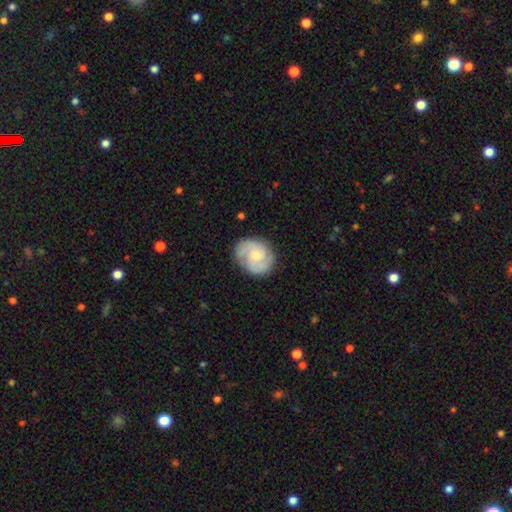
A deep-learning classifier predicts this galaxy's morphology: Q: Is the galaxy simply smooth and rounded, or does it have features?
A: featured or disk — 79%.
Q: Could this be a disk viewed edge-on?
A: no — 98%.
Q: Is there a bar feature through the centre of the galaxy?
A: no — 65%.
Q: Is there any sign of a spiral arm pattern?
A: yes — 96%.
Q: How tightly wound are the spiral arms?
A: tight — 50%.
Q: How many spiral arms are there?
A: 2 — 51%.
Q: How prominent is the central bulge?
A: small — 54%.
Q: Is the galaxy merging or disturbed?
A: none — 81%.